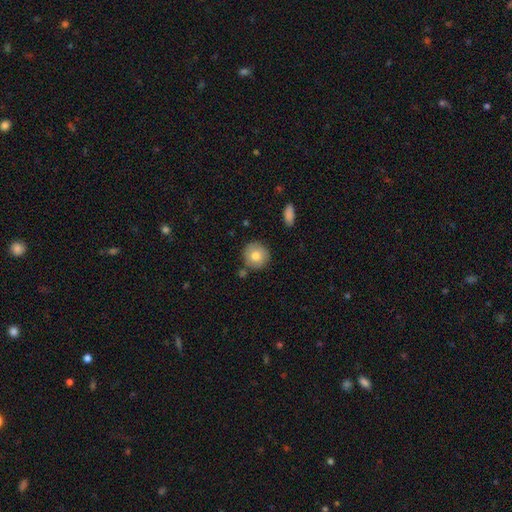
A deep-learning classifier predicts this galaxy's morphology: This appears to be a smooth galaxy with no disk features (78%) that is round (93%). Merging: none (81%).